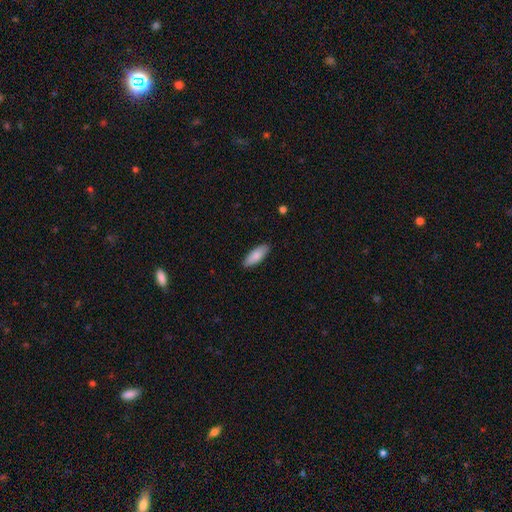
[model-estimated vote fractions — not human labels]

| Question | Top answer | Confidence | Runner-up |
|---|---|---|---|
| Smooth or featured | smooth | 86% | featured or disk (8%) |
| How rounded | in between | 69% | cigar-shaped (29%) |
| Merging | none | 89% | minor disturbance (8%) |